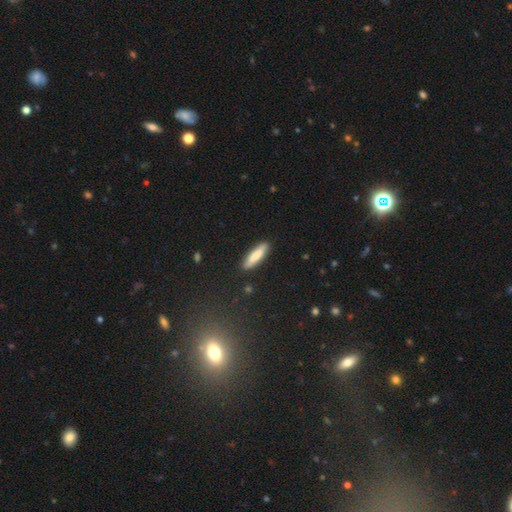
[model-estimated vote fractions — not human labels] smooth_or_featured: smooth (p=0.78) [alt: featured or disk p=0.16]
how_rounded: cigar-shaped (p=0.73) [alt: in between p=0.26]
merging: none (p=0.88) [alt: minor disturbance p=0.09]